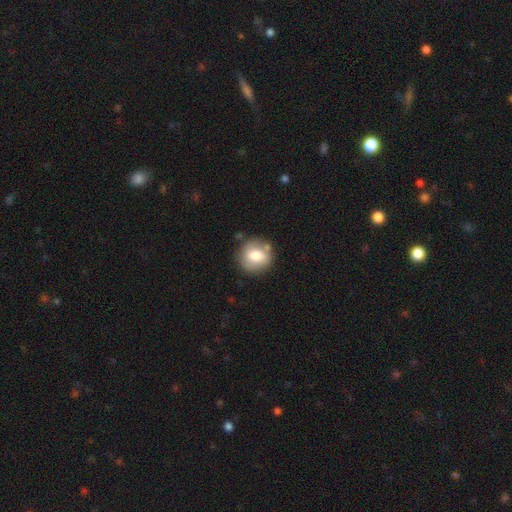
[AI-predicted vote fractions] Morphology: type=smooth (73%); roundness=round (88%); merging=none (76%).